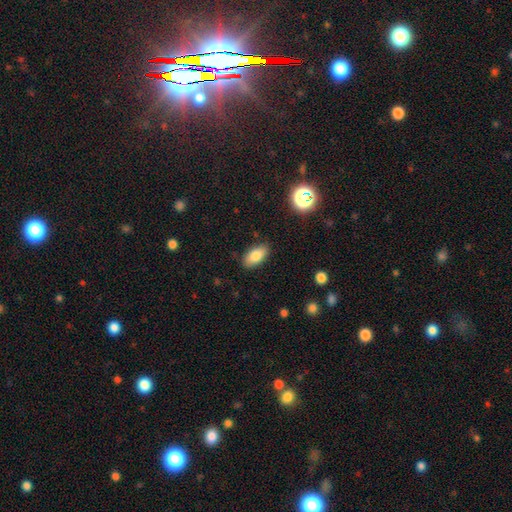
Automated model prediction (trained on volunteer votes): smooth_or_featured: smooth (p=0.81) [alt: featured or disk p=0.11]
how_rounded: in between (p=0.90) [alt: cigar-shaped p=0.06]
merging: none (p=0.87) [alt: minor disturbance p=0.10]